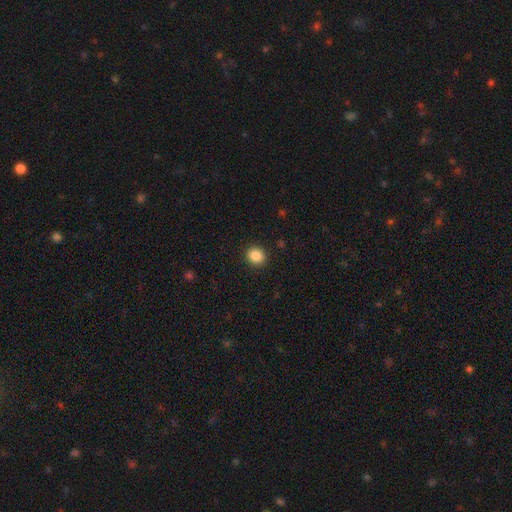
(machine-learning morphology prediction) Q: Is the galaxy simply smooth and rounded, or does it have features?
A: smooth — 87%.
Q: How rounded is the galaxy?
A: round — 79%.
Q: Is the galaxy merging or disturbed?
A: none — 91%.